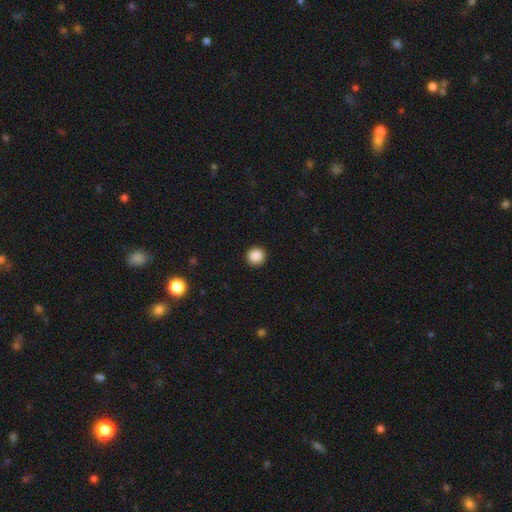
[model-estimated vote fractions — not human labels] smooth-or-featured: smooth: 89% | star or artifact: 9% | featured or disk: 2%
  how-rounded: round: 93% | in between: 6% | cigar-shaped: 1%
  merging: none: 92% | minor disturbance: 5% | major disturbance: 2% | merger: 1%